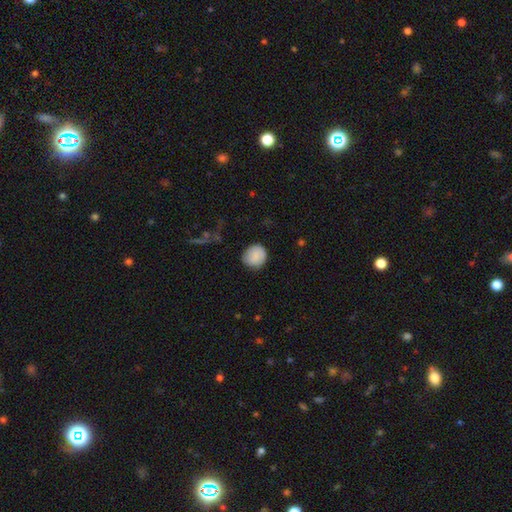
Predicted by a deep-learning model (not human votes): This appears to be a smooth galaxy with no disk features (86%) that is round (82%). Merging: none (79%).